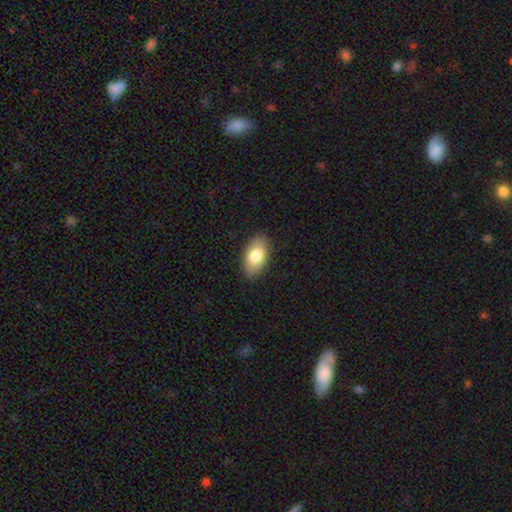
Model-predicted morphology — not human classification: Smooth or featured? smooth (81%)
How rounded? in between (93%)
Merging? none (88%)